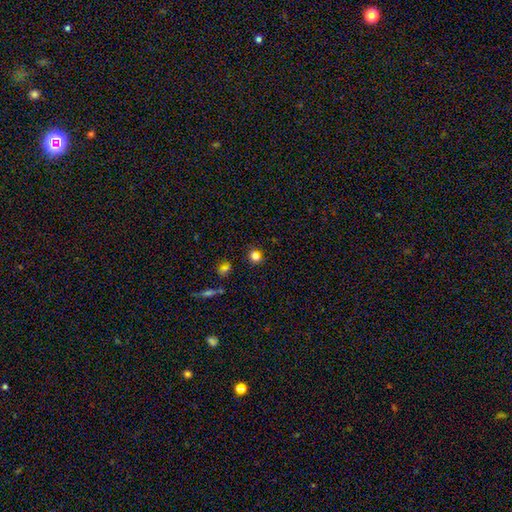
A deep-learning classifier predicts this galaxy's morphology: smooth 78%, star or artifact 16%, featured or disk 6%. Down the decision tree: how rounded — round (78%); merging — none (87%).